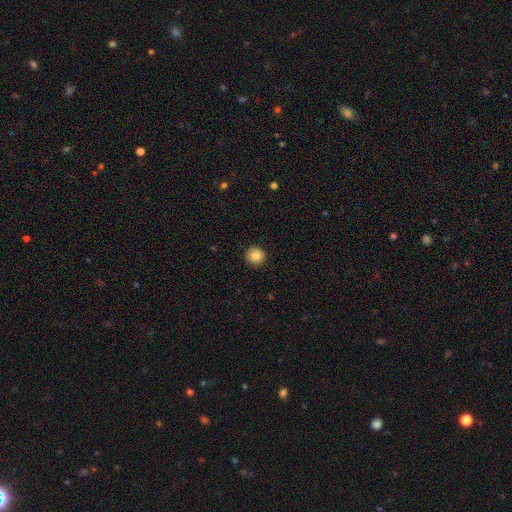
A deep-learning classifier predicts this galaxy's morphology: smooth_or_featured: smooth (p=0.85) [alt: star or artifact p=0.09]
how_rounded: round (p=0.93) [alt: in between p=0.06]
merging: none (p=0.92) [alt: minor disturbance p=0.05]